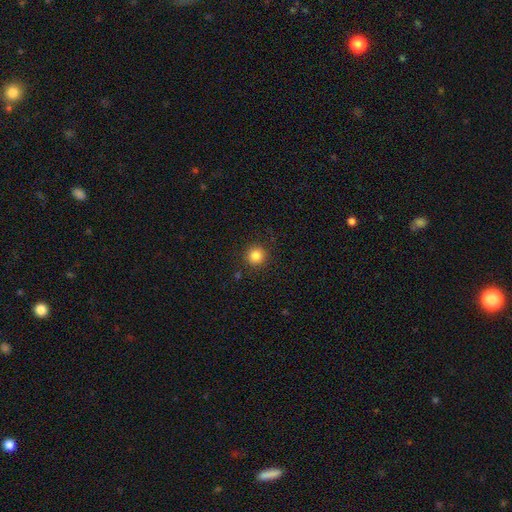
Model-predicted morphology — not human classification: type=smooth (84%); roundness=round (95%); merging=none (90%).